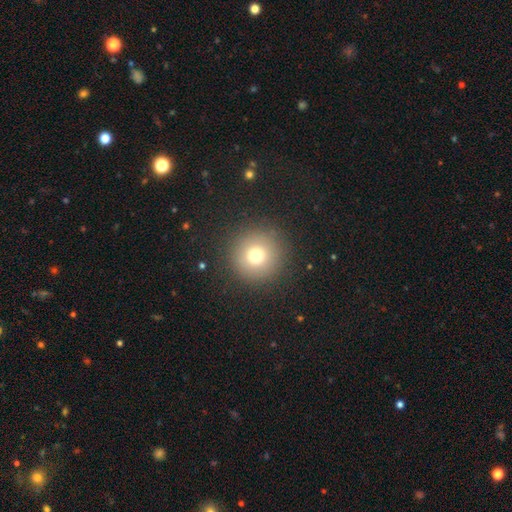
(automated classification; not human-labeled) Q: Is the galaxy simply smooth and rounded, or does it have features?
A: smooth — 73%.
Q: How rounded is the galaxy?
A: round — 96%.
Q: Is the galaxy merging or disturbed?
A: none — 90%.